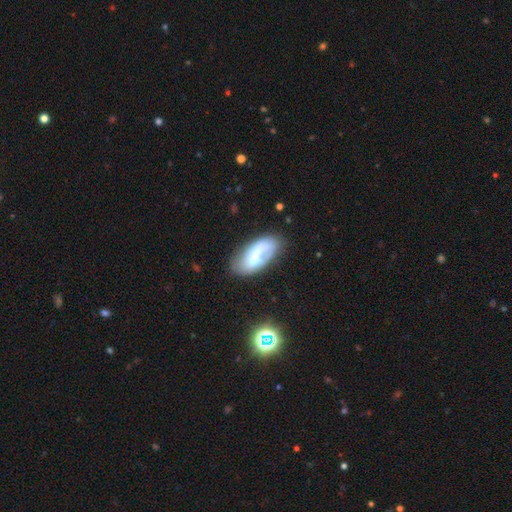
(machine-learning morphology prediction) featured or disk 46%, smooth 45%, star or artifact 9%. Down the decision tree: merging — none (54%).